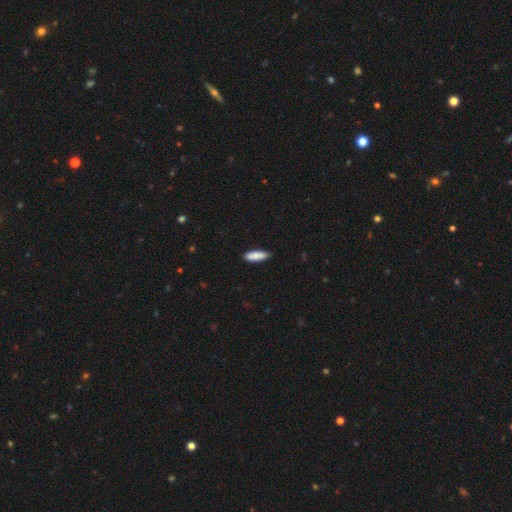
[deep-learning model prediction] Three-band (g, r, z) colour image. It shows a smooth galaxy with no disk features (88%) that is in between round and cigar-shaped (55%). Merging: none (85%).